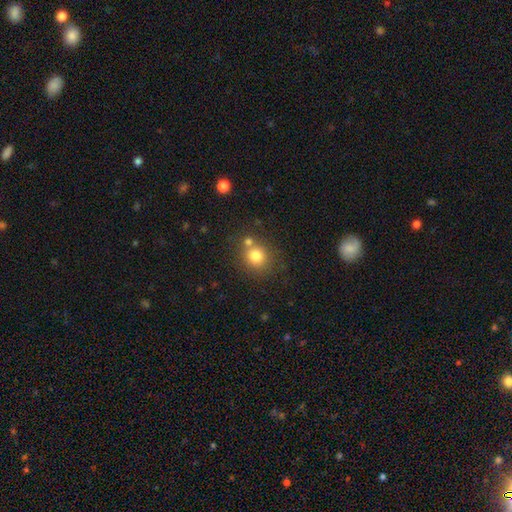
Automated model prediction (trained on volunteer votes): smooth-or-featured: smooth: 79% | star or artifact: 12% | featured or disk: 9%
  how-rounded: round: 86% | in between: 13% | cigar-shaped: 1%
  merging: none: 66% | merger: 21% | minor disturbance: 10% | major disturbance: 4%